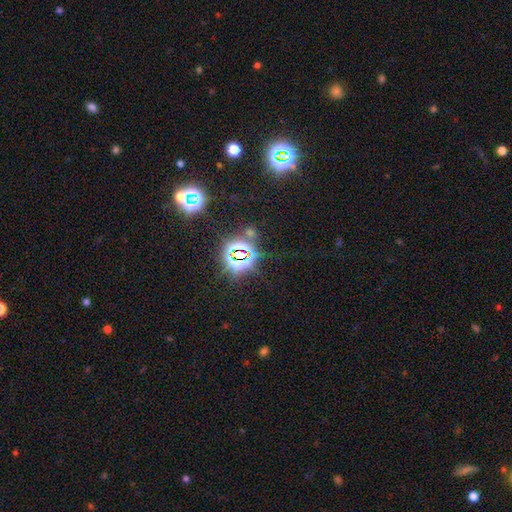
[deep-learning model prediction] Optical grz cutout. It shows a star or artifact, not a galaxy (81%).